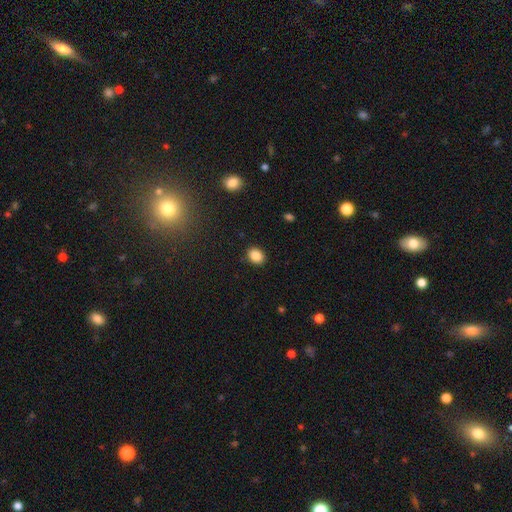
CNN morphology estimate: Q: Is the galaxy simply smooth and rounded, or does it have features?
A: smooth — 87%.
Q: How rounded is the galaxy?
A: in between — 52%.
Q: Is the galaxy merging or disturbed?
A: none — 89%.